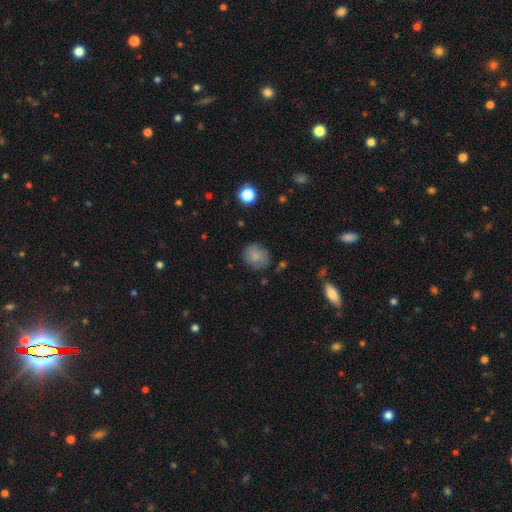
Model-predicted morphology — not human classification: Smooth or featured? smooth (80%)
How rounded? round (76%)
Merging? none (77%)